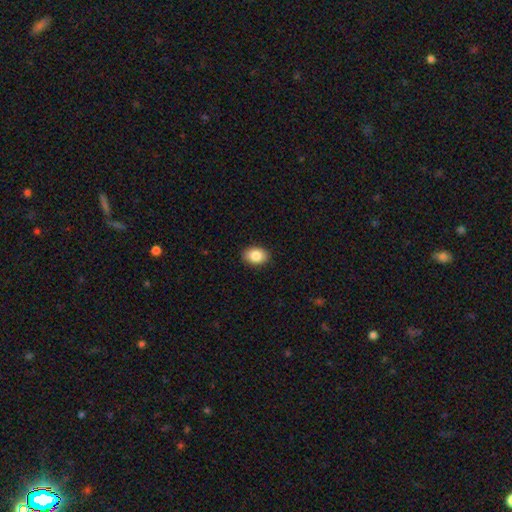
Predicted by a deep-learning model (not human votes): smooth-or-featured: smooth: 87% | star or artifact: 8% | featured or disk: 5%
  how-rounded: in between: 77% | round: 22% | cigar-shaped: 1%
  merging: none: 90% | minor disturbance: 7% | major disturbance: 2% | merger: 1%